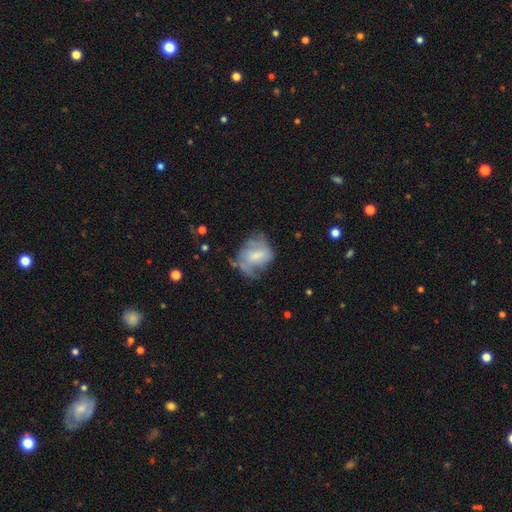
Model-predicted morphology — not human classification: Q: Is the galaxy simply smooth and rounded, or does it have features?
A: featured or disk — 47%.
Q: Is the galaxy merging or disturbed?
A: none — 39%.